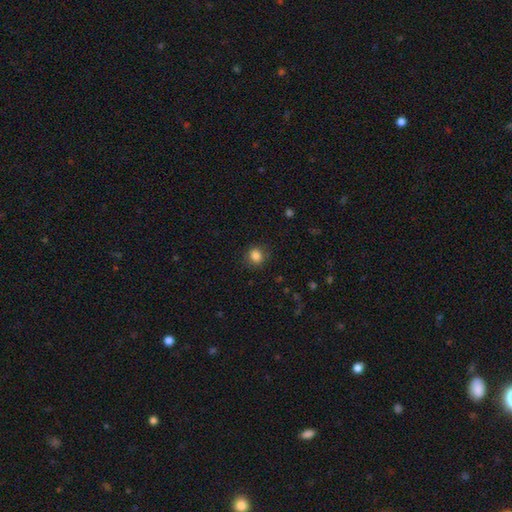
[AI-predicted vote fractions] This is clearly a smooth galaxy (85%). How rounded: clearly round (83%). Merging: clearly none (86%).